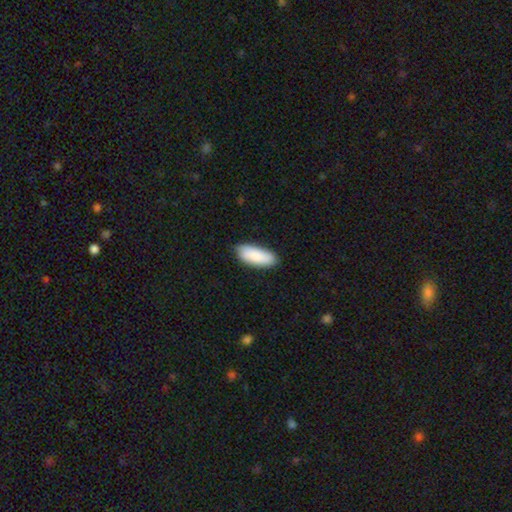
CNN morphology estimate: Smooth or featured? smooth (89%)
How rounded? in between (81%)
Merging? none (83%)